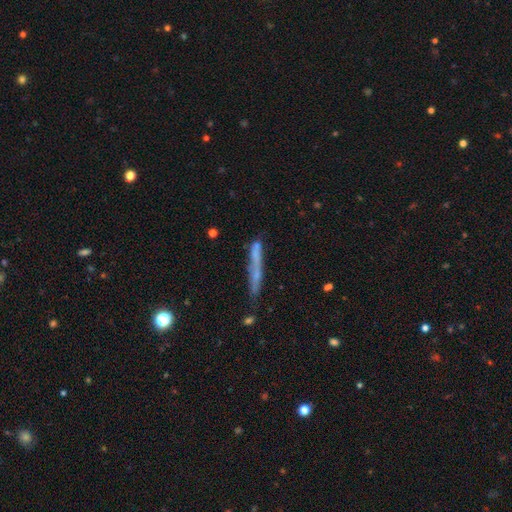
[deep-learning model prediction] Smooth or featured? smooth (54%)
How rounded? cigar-shaped (93%)
Merging? none (60%)